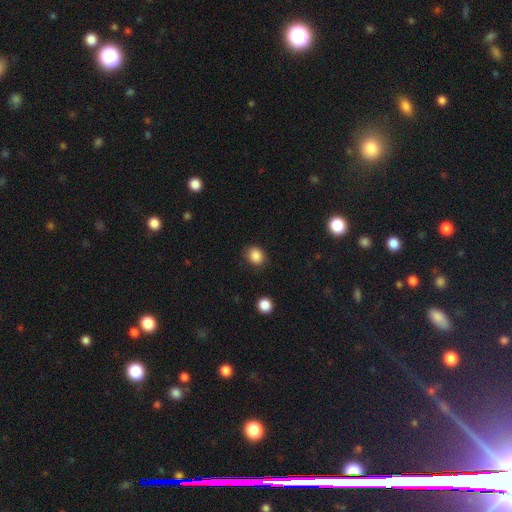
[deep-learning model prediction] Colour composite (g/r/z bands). It shows a smooth galaxy with no disk features (87%) that is round (62%). Merging: none (85%).